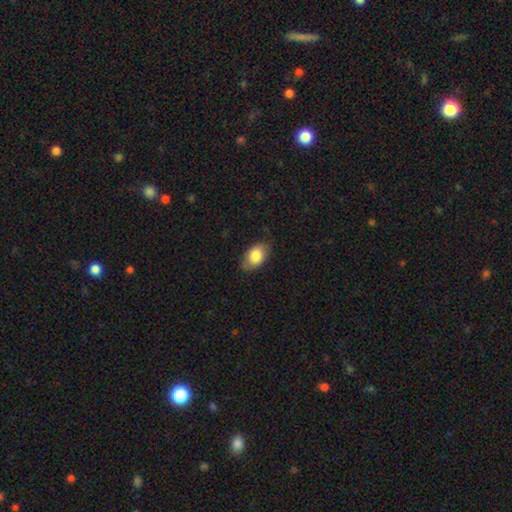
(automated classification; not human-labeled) Smooth or featured? Predicted: smooth (p=0.80). How rounded? Predicted: in between (p=0.89). Merging? Predicted: none (p=0.76).